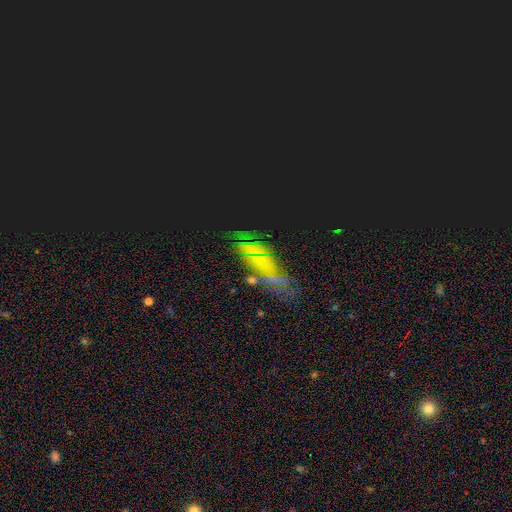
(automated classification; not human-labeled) A star or artifact, not a galaxy (57%).